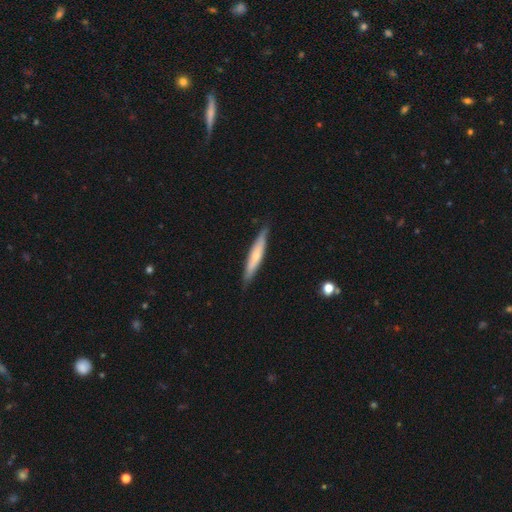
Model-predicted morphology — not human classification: Smooth or featured: smooth — 51% (featured or disk — 44%)
How rounded: cigar-shaped — 91% (in between — 8%)
Merging: none — 86% (minor disturbance — 11%)